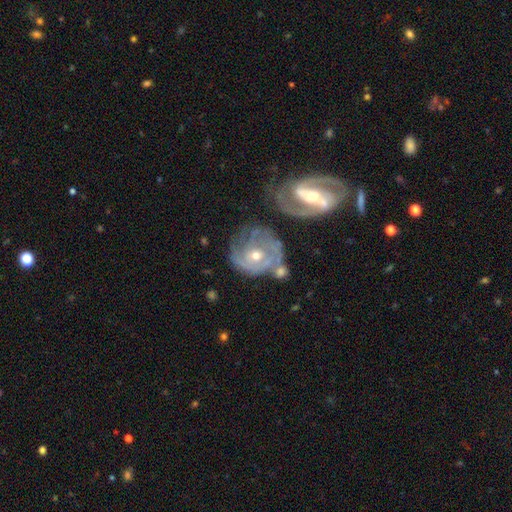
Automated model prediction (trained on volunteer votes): Smooth or featured: featured or disk — 81% (smooth — 12%)
Edge-on disk: no — 97% (yes — 3%)
Bar: no — 69% (weak — 23%)
Spiral arms: yes — 89% (no — 11%)
Spiral winding: tight — 59% (medium — 31%)
Spiral arm count: 2 — 32% (can't tell — 27%)
Bulge size: moderate — 57% (small — 39%)
Merging: none — 44% (merger — 22%)